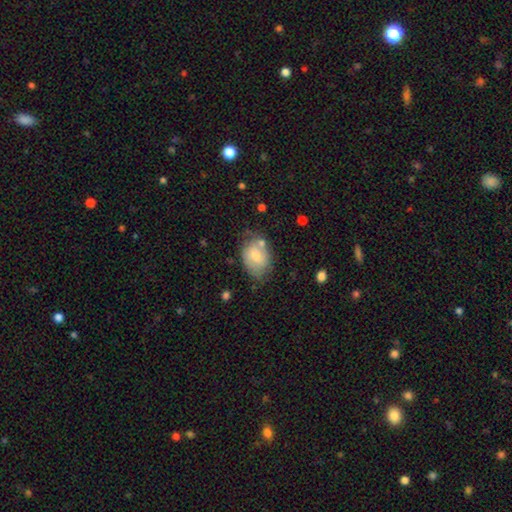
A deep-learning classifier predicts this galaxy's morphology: This is likely a smooth galaxy (67%). How rounded: likely in between (75%). Merging: possibly none (57%).